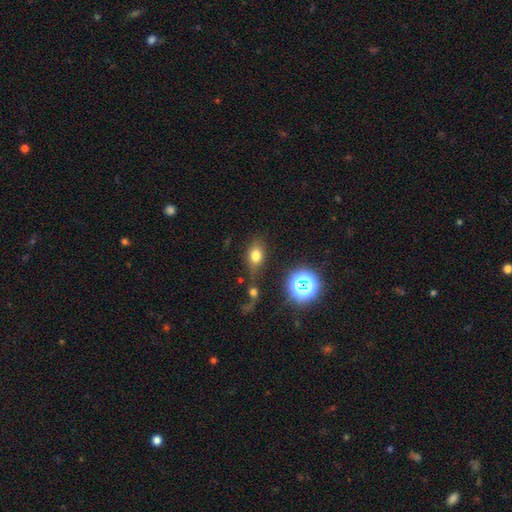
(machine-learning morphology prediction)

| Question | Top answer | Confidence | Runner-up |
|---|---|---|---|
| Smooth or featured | smooth | 73% | star or artifact (17%) |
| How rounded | in between | 69% | round (29%) |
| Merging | none | 63% | minor disturbance (17%) |